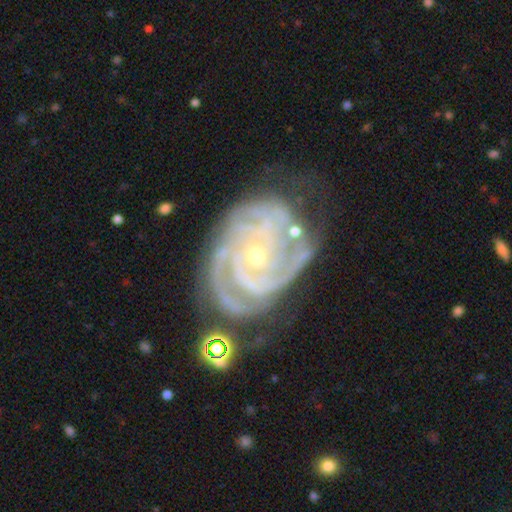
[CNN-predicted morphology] This appears to be a featured or disk galaxy (92%) with no bar (68%), 3 (32%) tight (77%) spiral arms (98%) and a small central bulge (62%). Merging: none (61%).